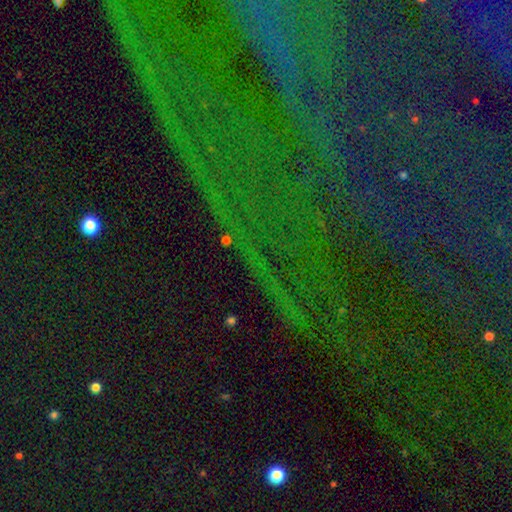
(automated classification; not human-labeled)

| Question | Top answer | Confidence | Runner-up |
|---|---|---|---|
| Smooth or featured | star or artifact | 83% | featured or disk (9%) |